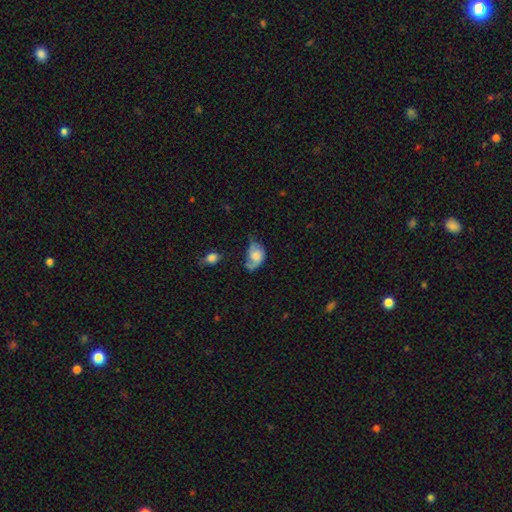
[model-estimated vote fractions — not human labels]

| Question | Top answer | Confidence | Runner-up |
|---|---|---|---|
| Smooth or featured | smooth | 55% | featured or disk (37%) |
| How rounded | in between | 78% | round (20%) |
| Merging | minor disturbance | 34% | major disturbance (31%) |